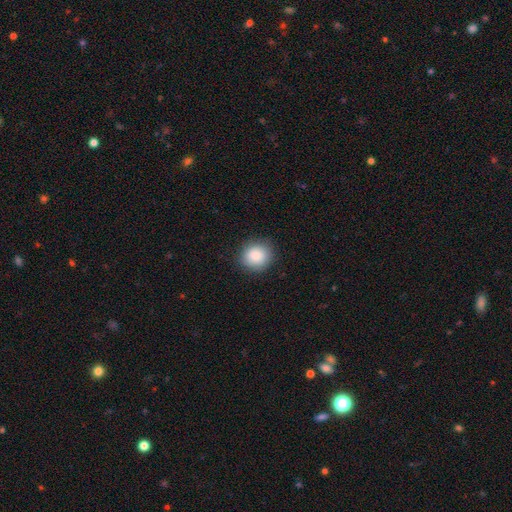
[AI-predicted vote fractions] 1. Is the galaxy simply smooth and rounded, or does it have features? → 87% smooth, 8% star or artifact, 5% featured or disk.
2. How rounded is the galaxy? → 83% round, 16% in between, 1% cigar-shaped.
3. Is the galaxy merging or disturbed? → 87% none, 9% minor disturbance, 3% major disturbance, 1% merger.